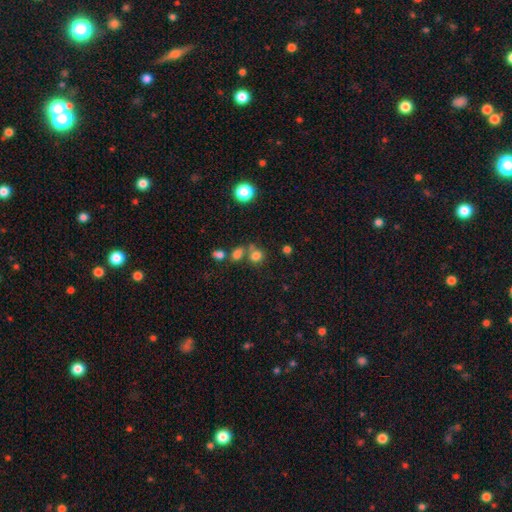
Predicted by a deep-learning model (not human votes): smooth-or-featured: smooth: 76% | star or artifact: 16% | featured or disk: 8%
  how-rounded: round: 73% | in between: 26% | cigar-shaped: 1%
  merging: none: 55% | merger: 29% | minor disturbance: 11% | major disturbance: 6%